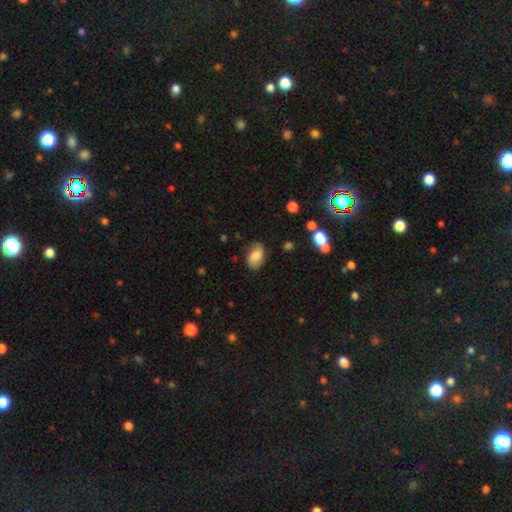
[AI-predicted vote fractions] Morphology: type=smooth (65%); roundness=in between (89%); merging=none (77%).